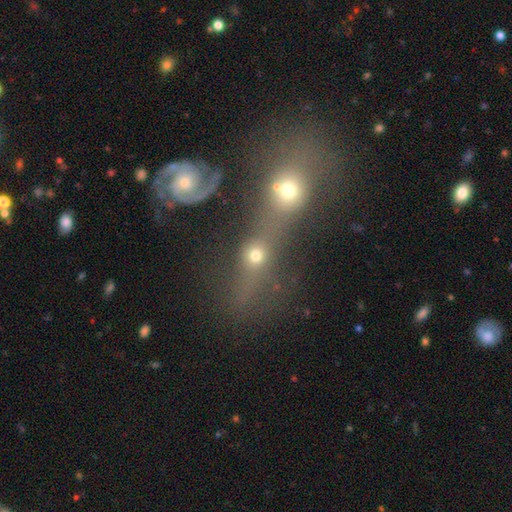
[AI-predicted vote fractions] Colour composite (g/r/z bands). It shows a smooth galaxy with no disk features (61%) that is round (61%). Merging: merger (62%).